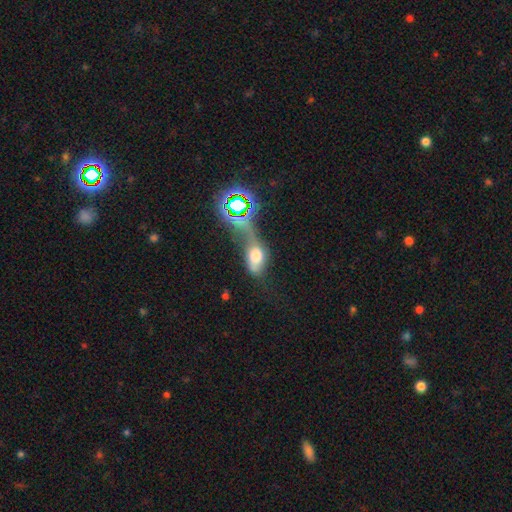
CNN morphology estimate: Overall: smooth (54%; featured or disk 28%). How rounded: in between (80%). Merging: merger (39%; major disturbance 29%).